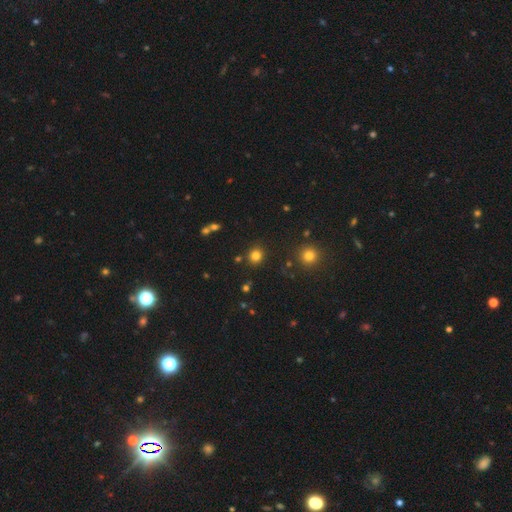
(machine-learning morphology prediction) Smooth or featured? smooth (80%)
How rounded? round (87%)
Merging? none (86%)